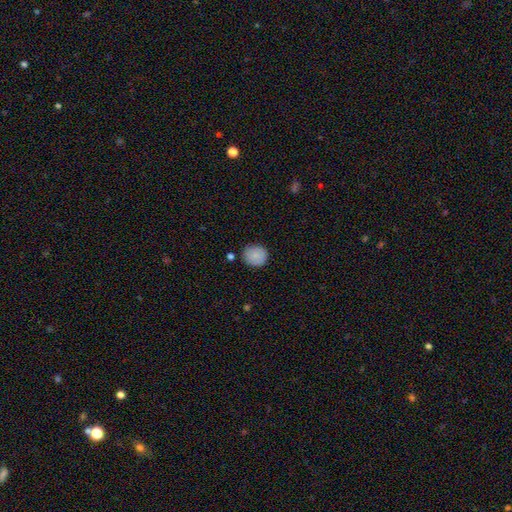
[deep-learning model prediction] smooth-or-featured: smooth: 85% | star or artifact: 8% | featured or disk: 7%
  how-rounded: round: 89% | in between: 10% | cigar-shaped: 1%
  merging: none: 84% | minor disturbance: 11% | merger: 3% | major disturbance: 2%